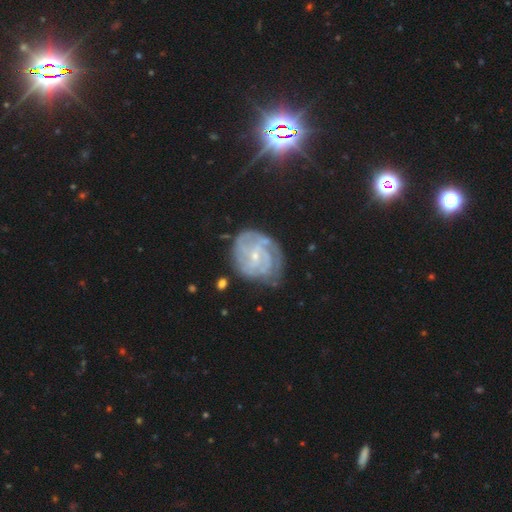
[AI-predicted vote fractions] Morphology: type=featured or disk (84%); edge-on=no (98%); bar=no (48%); spiral arms=yes (95%); winding=tight (66%); arm count=can't tell (33%); bulge=small (77%); merging=none (65%).